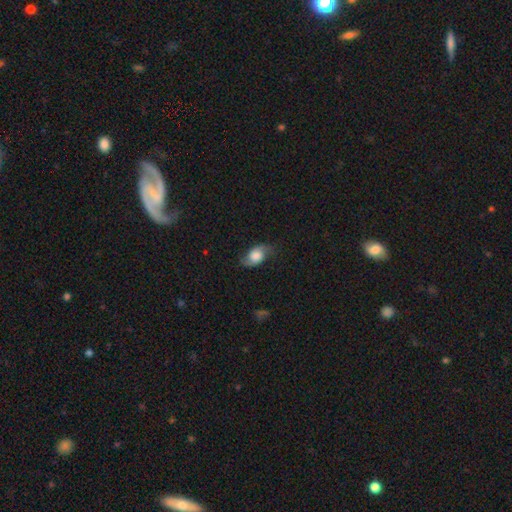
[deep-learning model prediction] Smooth or featured?
  - featured or disk: 57% *
  - smooth: 35%
  - star or artifact: 8%
Edge-on disk?
  - no: 94% *
  - yes: 6%
Bar?
  - no: 66% *
  - weak: 28%
  - strong: 6%
Spiral arms?
  - yes: 89% *
  - no: 11%
Bulge size?
  - large: 44% *
  - moderate: 27%
  - small: 11%
  - dominant: 9%
  - none: 8%
Merging?
  - none: 72% *
  - minor disturbance: 19%
  - major disturbance: 7%
  - merger: 1%